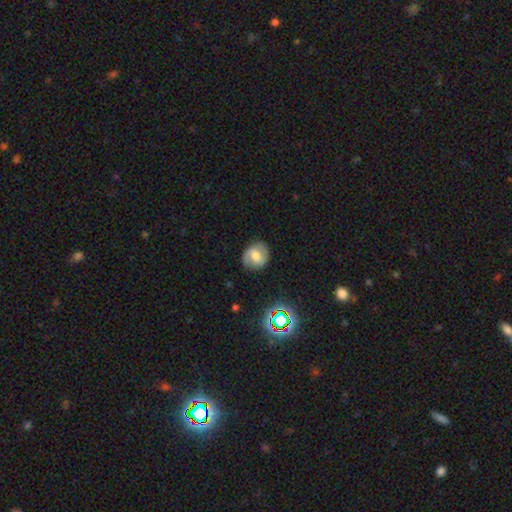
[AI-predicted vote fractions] Morphology: type=featured or disk (53%); edge-on=no (97%); bar=weak (48%); spiral arms=yes (81%); bulge=moderate (58%); merging=none (78%).